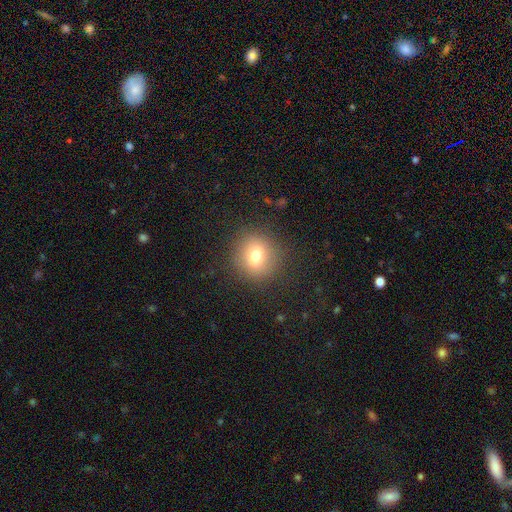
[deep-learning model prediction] Overall: smooth (75%). How rounded: round (89%). Merging: none (88%).